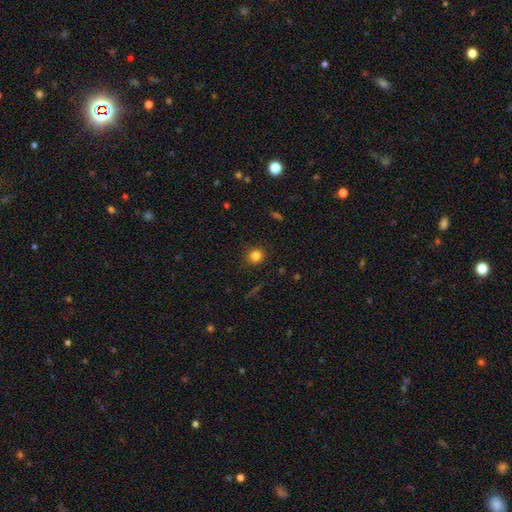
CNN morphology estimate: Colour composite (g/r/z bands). It shows a smooth galaxy with no disk features (82%) that is round (90%). Merging: none (89%).